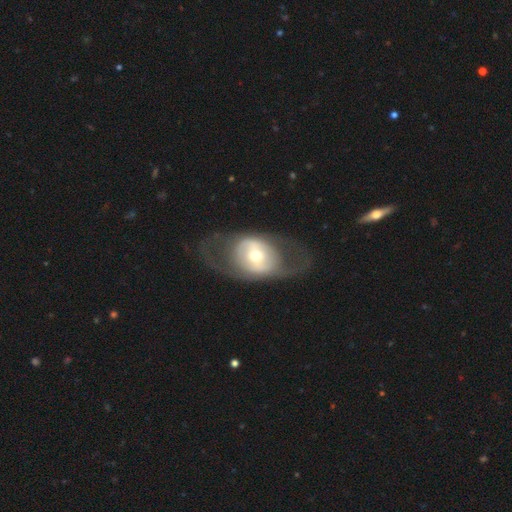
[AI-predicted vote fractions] smooth-or-featured: featured or disk: 65% | smooth: 29% | star or artifact: 6%
  disk-edge-on: no: 92% | yes: 8%
    bar: no: 53% | weak: 28% | strong: 20%
    has-spiral-arms: no: 64% | yes: 36%
    bulge-size: moderate: 58% | small: 27% | large: 12% | dominant: 2% | none: 1%
  merging: none: 64% | major disturbance: 20% | minor disturbance: 14% | merger: 2%